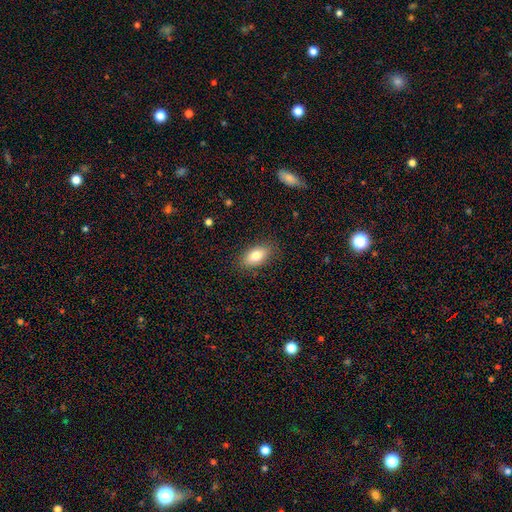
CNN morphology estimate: type=smooth (79%); roundness=in between (89%); merging=none (85%).